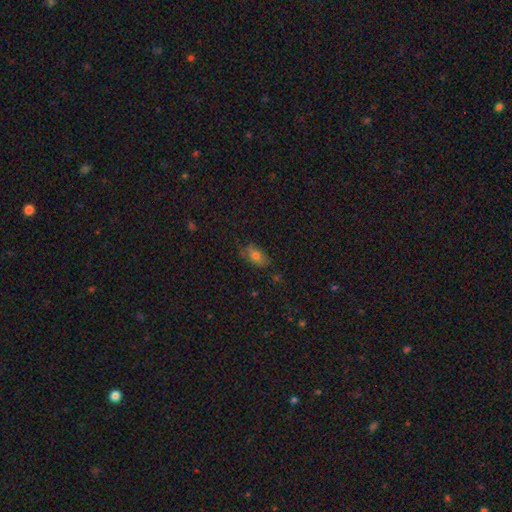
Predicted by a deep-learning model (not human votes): Morphology: type=smooth (74%); roundness=in between (87%); merging=none (70%).